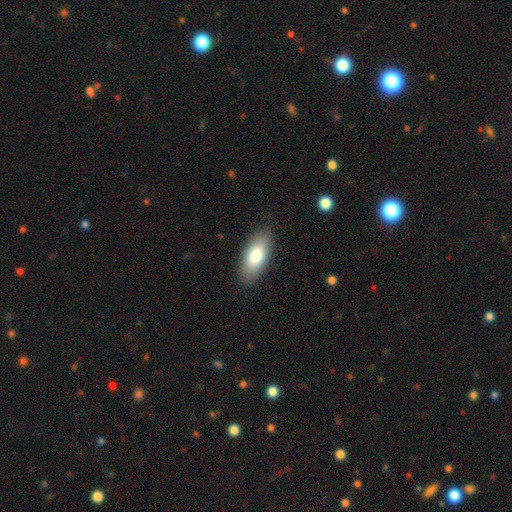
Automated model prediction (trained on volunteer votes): Overall: smooth (78%). How rounded: in between (85%). Merging: none (87%).